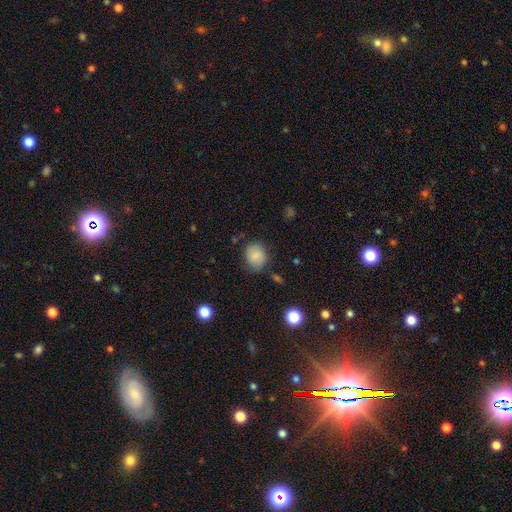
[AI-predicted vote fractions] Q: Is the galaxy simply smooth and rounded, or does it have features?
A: smooth — 82%.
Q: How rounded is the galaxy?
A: round — 68%.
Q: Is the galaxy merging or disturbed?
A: none — 76%.